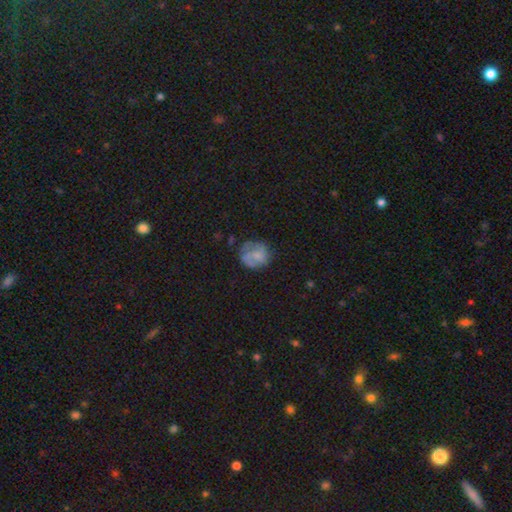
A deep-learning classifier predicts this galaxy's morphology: Overall: smooth (47%; featured or disk 44%). Merging: none (60%; minor disturbance 24%).